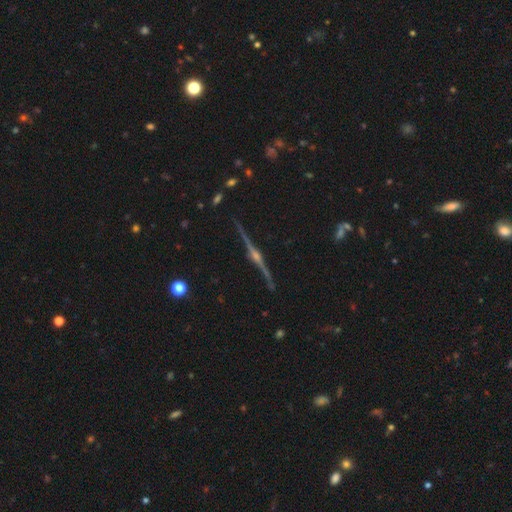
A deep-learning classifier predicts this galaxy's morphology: type=featured or disk (86%); edge-on=yes (98%); edge-on bulge=rounded (90%); merging=none (89%).